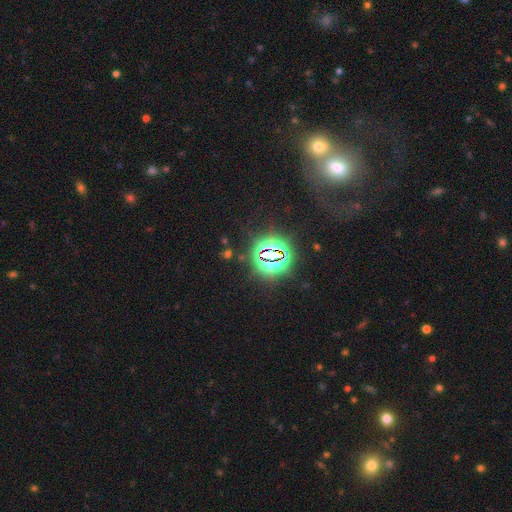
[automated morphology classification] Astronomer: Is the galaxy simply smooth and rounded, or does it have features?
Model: star or artifact — 69%.